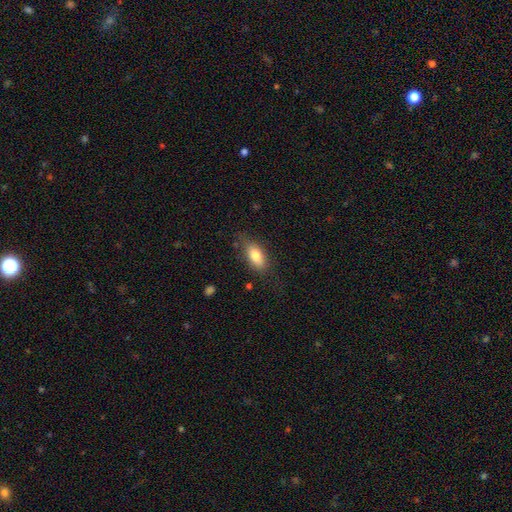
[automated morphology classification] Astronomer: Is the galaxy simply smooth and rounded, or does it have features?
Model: smooth — 78%.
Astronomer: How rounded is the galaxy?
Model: in between — 84%.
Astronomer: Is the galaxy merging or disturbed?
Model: none — 73%.